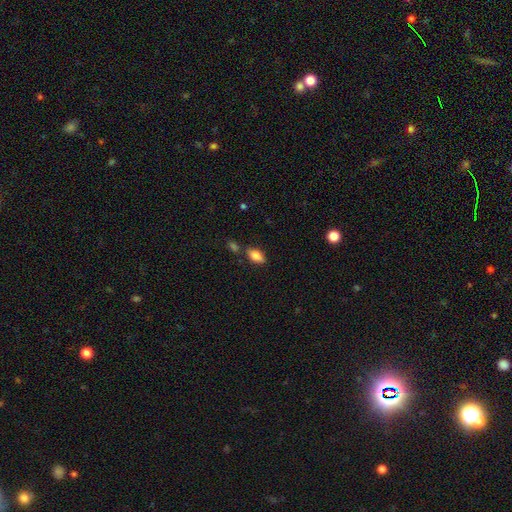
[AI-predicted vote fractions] Overall: smooth (82%). How rounded: in between (90%). Merging: none (73%).